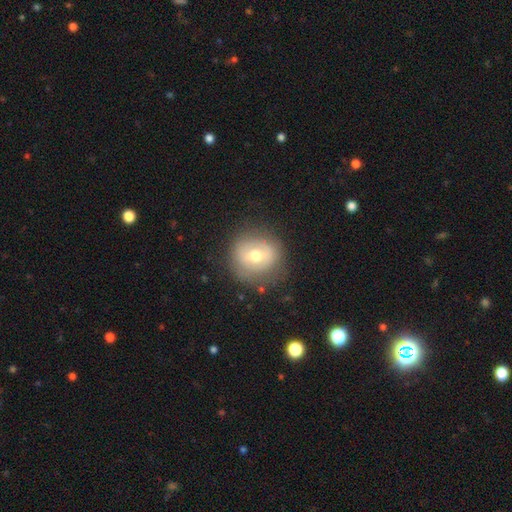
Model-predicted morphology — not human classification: This appears to be a smooth galaxy with no disk features (50%). Merging: none (77%).